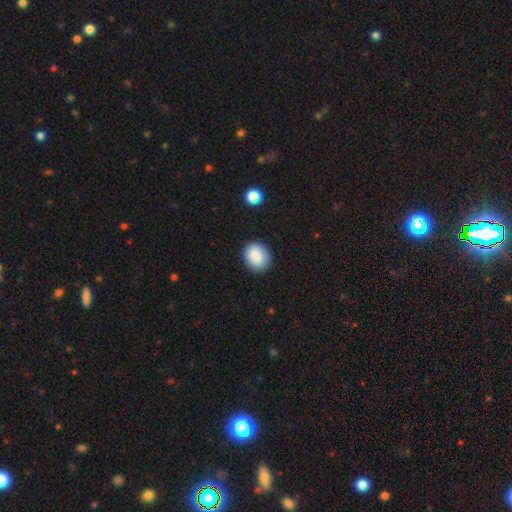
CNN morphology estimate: Q: Smooth or featured?
A: smooth (88%); runner-up: star or artifact (7%)
Q: How rounded?
A: in between (52%); runner-up: round (47%)
Q: Merging?
A: none (85%); runner-up: minor disturbance (11%)